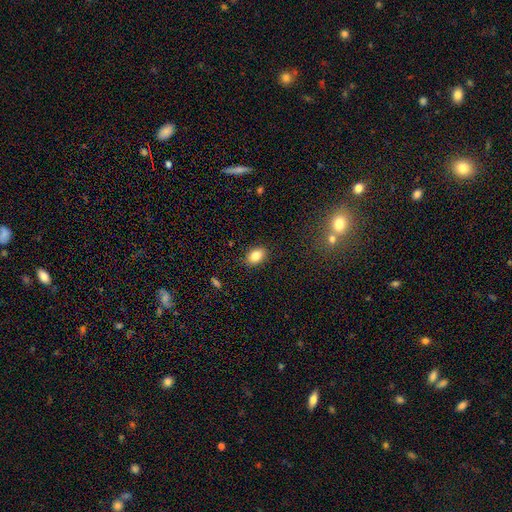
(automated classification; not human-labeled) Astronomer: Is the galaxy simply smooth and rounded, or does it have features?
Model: smooth — 85%.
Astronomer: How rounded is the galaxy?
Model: in between — 83%.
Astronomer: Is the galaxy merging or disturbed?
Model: none — 87%.